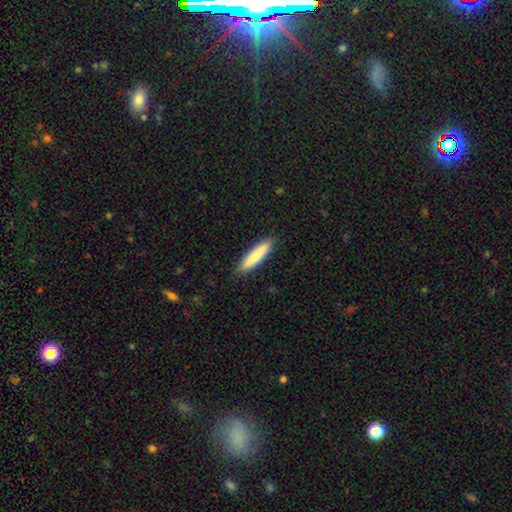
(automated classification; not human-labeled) Smooth or featured? Predicted: smooth (p=0.82). How rounded? Predicted: cigar-shaped (p=0.87). Merging? Predicted: none (p=0.90).